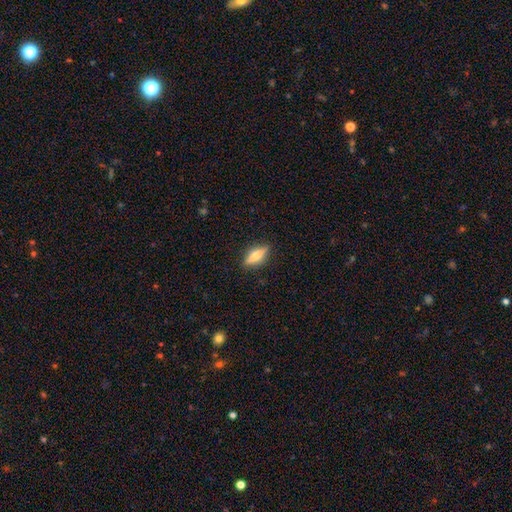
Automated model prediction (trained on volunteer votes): Smooth or featured? smooth (47%)
Merging? none (87%)